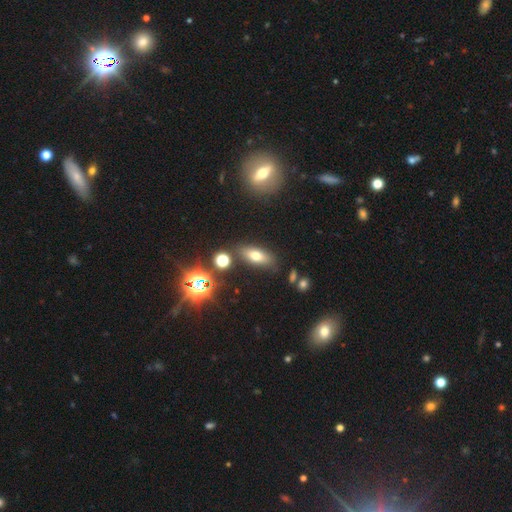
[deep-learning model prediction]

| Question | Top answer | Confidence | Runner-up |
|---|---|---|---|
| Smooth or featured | smooth | 65% | featured or disk (18%) |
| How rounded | in between | 70% | cigar-shaped (22%) |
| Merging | none | 81% | minor disturbance (10%) |